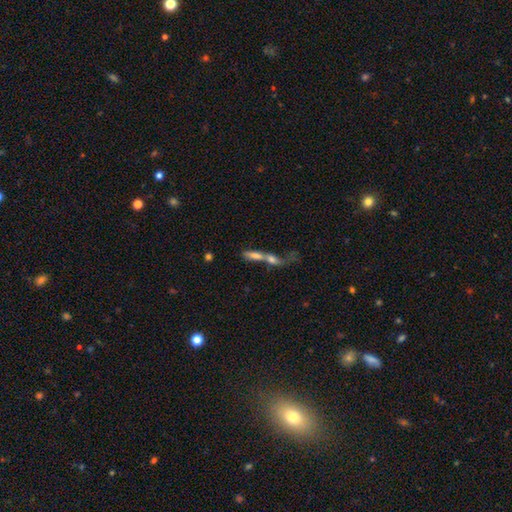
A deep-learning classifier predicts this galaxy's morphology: Smooth or featured: smooth — 55% (featured or disk — 32%)
How rounded: cigar-shaped — 51% (in between — 42%)
Merging: merger — 70% (none — 15%)